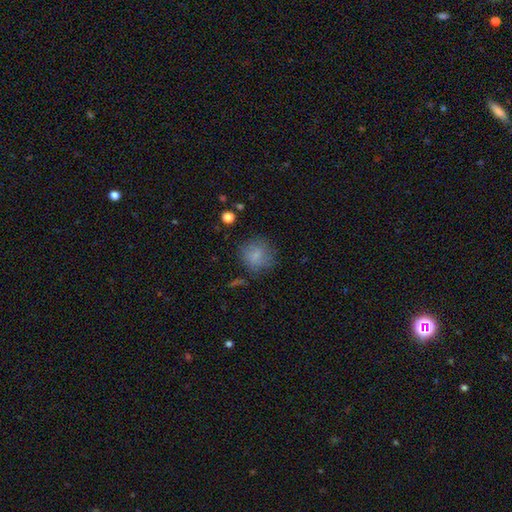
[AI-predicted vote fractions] This is likely a smooth galaxy (75%). How rounded: clearly round (85%). Merging: likely none (69%).